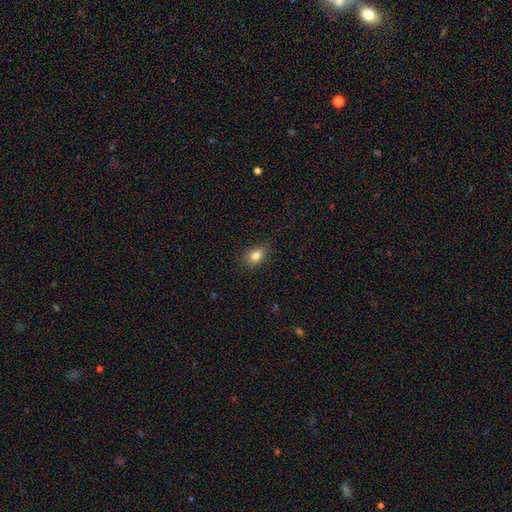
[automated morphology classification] Q: Smooth or featured?
A: smooth (83%); runner-up: star or artifact (10%)
Q: How rounded?
A: in between (75%); runner-up: round (23%)
Q: Merging?
A: none (79%); runner-up: minor disturbance (17%)